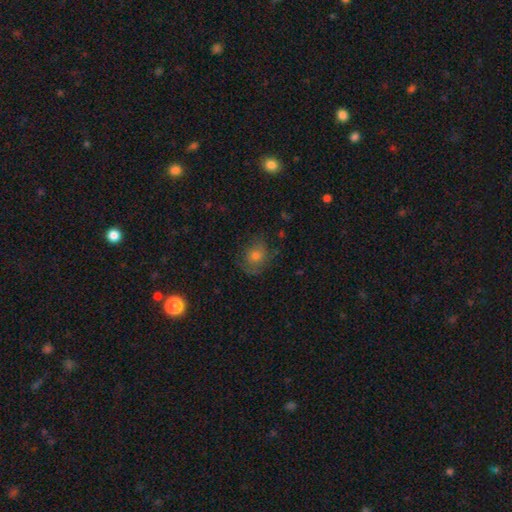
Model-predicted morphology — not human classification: smooth-or-featured: smooth: 60% | featured or disk: 25% | star or artifact: 16%
  how-rounded: round: 64% | in between: 35% | cigar-shaped: 1%
  merging: none: 66% | minor disturbance: 22% | major disturbance: 11% | merger: 2%